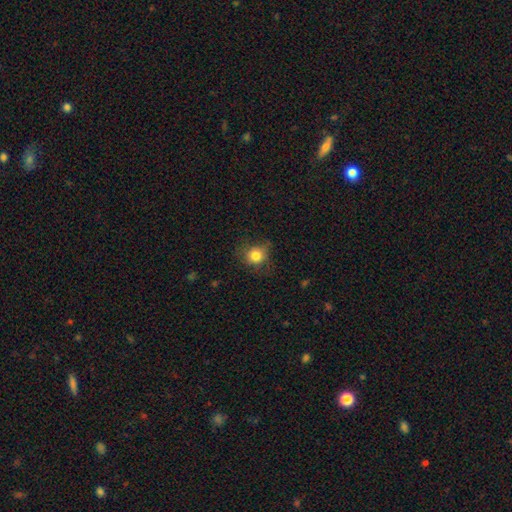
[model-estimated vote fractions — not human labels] Smooth or featured? Predicted: smooth (p=0.81). How rounded? Predicted: round (p=0.81). Merging? Predicted: none (p=0.69).